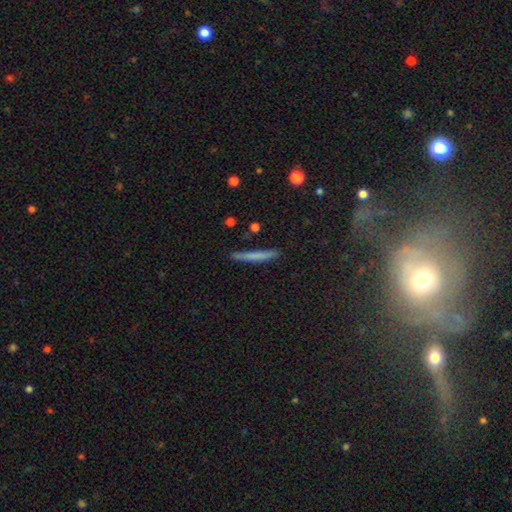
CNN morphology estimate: Smooth or featured? smooth (69%)
How rounded? cigar-shaped (95%)
Merging? none (84%)